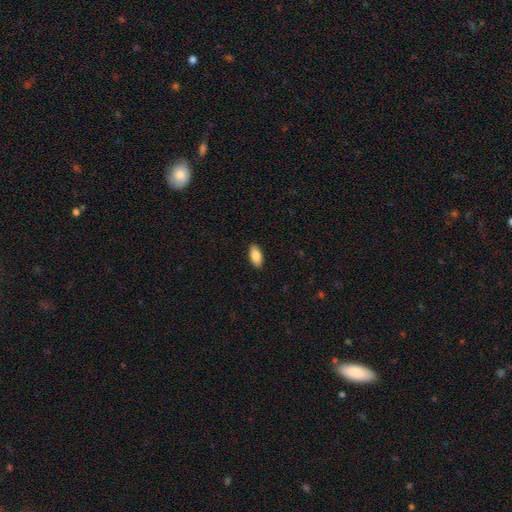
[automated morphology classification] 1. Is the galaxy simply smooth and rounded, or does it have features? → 86% smooth, 7% featured or disk, 6% star or artifact.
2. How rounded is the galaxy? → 91% in between, 7% cigar-shaped, 2% round.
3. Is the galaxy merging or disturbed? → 90% none, 7% minor disturbance, 2% major disturbance, 1% merger.